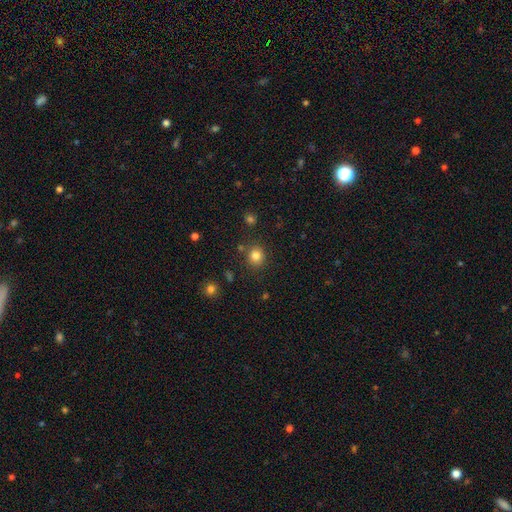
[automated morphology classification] This is clearly a smooth galaxy (82%). How rounded: clearly round (86%). Merging: clearly none (84%).